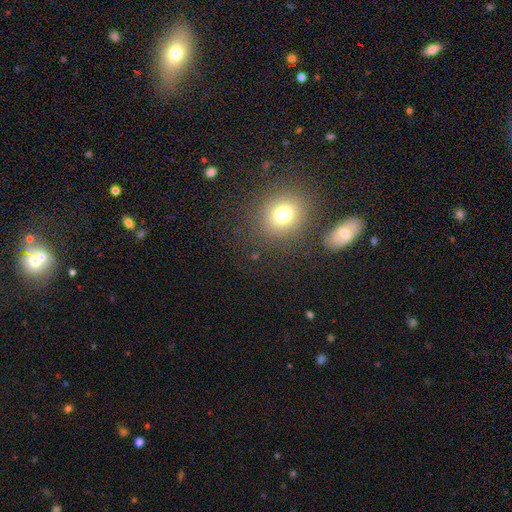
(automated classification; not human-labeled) Smooth or featured: smooth — 62% (star or artifact — 28%)
How rounded: round — 72% (in between — 26%)
Merging: none — 80% (minor disturbance — 9%)